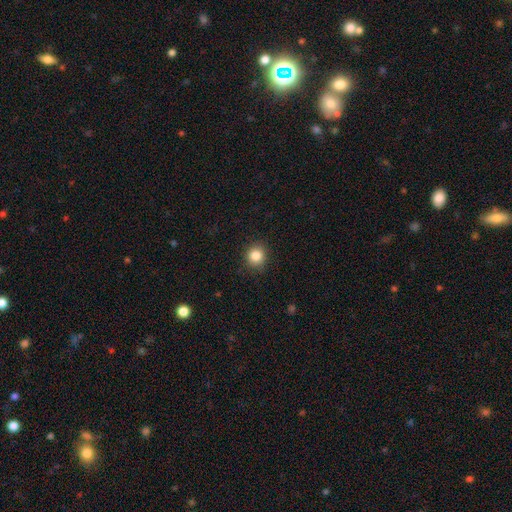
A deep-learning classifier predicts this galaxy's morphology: Overall: smooth (85%). How rounded: round (88%). Merging: none (89%).